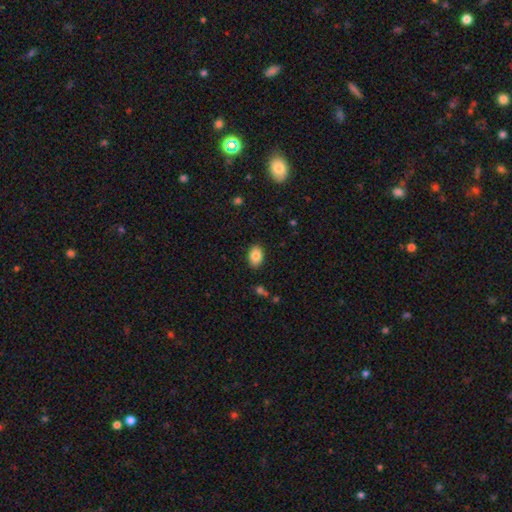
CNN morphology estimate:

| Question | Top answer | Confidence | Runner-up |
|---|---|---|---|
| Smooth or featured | smooth | 85% | star or artifact (8%) |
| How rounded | in between | 82% | round (17%) |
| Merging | none | 88% | minor disturbance (9%) |